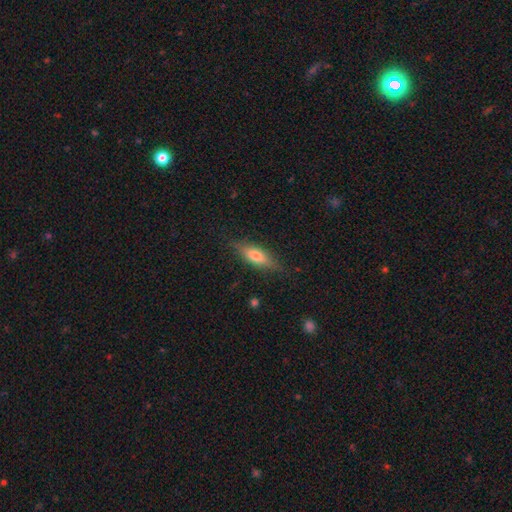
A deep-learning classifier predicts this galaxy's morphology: A smooth galaxy with no disk features (58%) that is in between round and cigar-shaped (49%). Merging: none (82%).